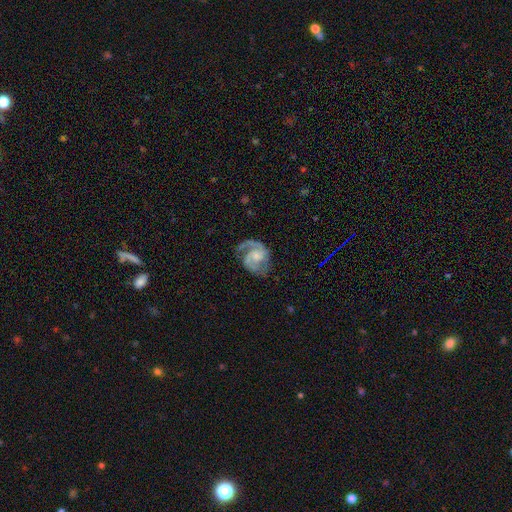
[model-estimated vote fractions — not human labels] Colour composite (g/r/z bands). It shows a featured or disk galaxy (86%) with no bar (62%), 2 (75%) medium (51%) spiral arms (96%) and a small central bulge (37%). Merging: none (60%).